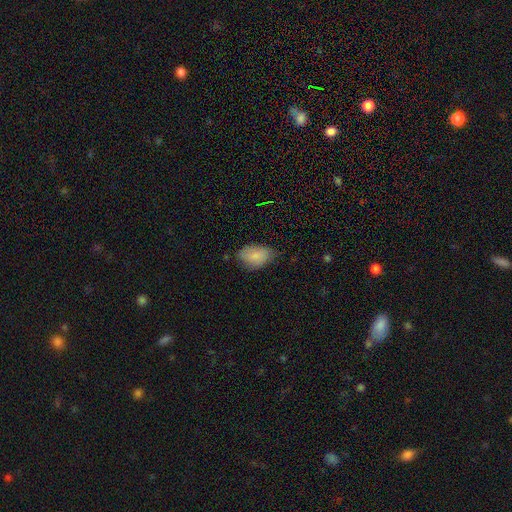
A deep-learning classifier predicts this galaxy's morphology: smooth-or-featured: smooth: 81% | featured or disk: 11% | star or artifact: 7%
  how-rounded: in between: 90% | round: 8% | cigar-shaped: 2%
  merging: none: 58% | minor disturbance: 33% | major disturbance: 7% | merger: 2%